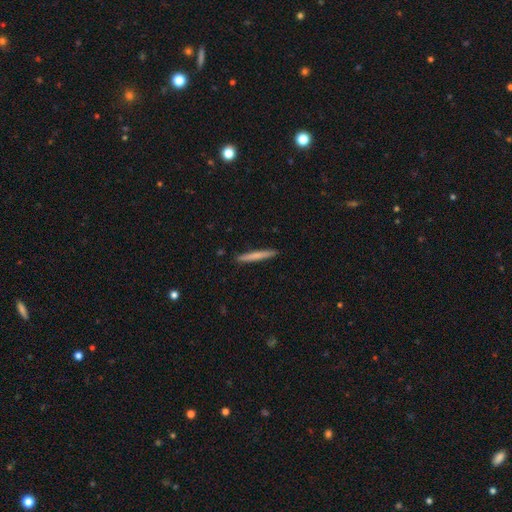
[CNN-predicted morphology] Smooth or featured? smooth (70%)
How rounded? cigar-shaped (96%)
Merging? none (92%)